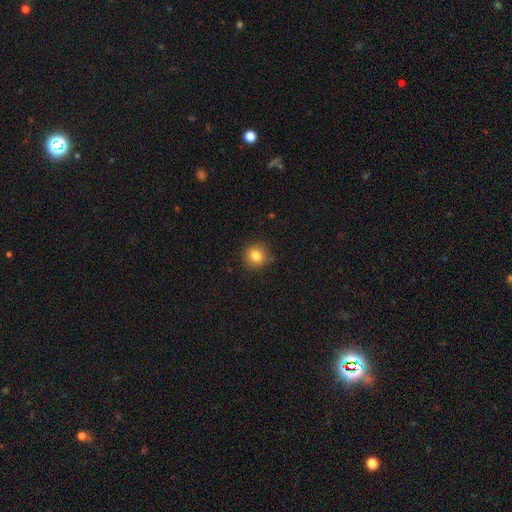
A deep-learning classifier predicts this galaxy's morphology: smooth-or-featured: smooth: 82% | star or artifact: 11% | featured or disk: 7%
  how-rounded: round: 89% | in between: 10% | cigar-shaped: 1%
  merging: none: 87% | minor disturbance: 10% | major disturbance: 2% | merger: 1%